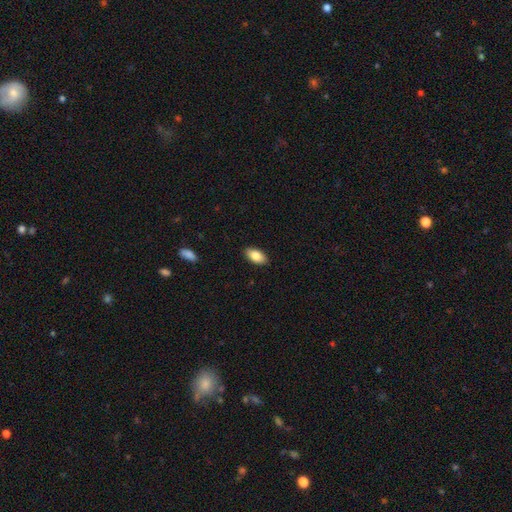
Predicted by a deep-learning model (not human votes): Smooth or featured?
  - smooth: 84% *
  - featured or disk: 9%
  - star or artifact: 7%
How rounded?
  - in between: 94% *
  - cigar-shaped: 3%
  - round: 3%
Merging?
  - none: 89% *
  - minor disturbance: 8%
  - major disturbance: 2%
  - merger: 1%